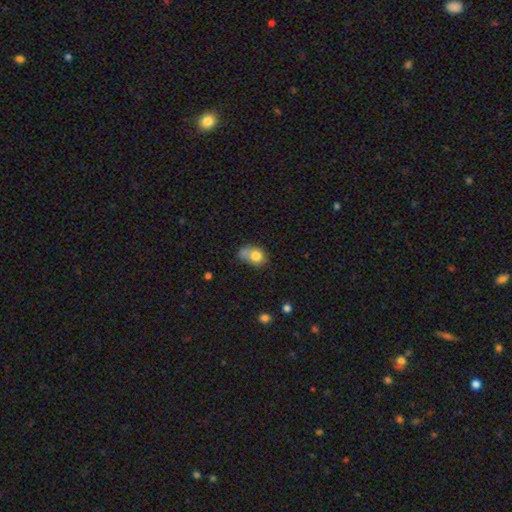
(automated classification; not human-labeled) Smooth or featured: smooth — 77% (featured or disk — 13%)
How rounded: in between — 53% (round — 46%)
Merging: none — 36% (merger — 32%)